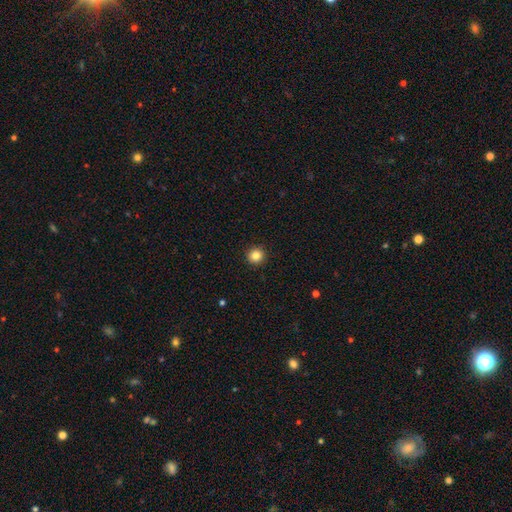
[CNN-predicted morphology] smooth-or-featured: smooth: 85% | star or artifact: 11% | featured or disk: 5%
  how-rounded: round: 95% | in between: 4% | cigar-shaped: 1%
  merging: none: 93% | minor disturbance: 4% | major disturbance: 1% | merger: 1%